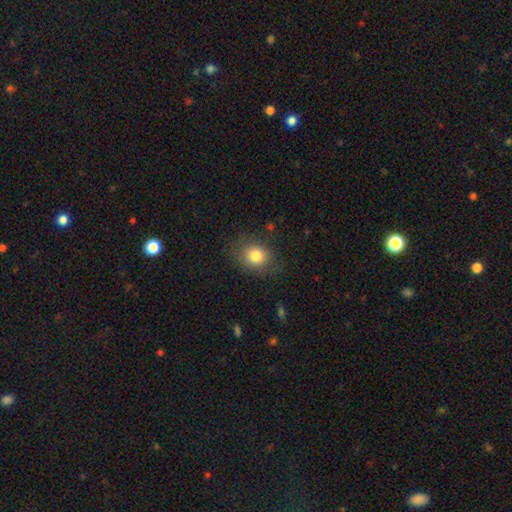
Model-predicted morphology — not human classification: Q: Smooth or featured?
A: smooth (81%); runner-up: star or artifact (10%)
Q: How rounded?
A: round (60%); runner-up: in between (39%)
Q: Merging?
A: none (78%); runner-up: minor disturbance (15%)